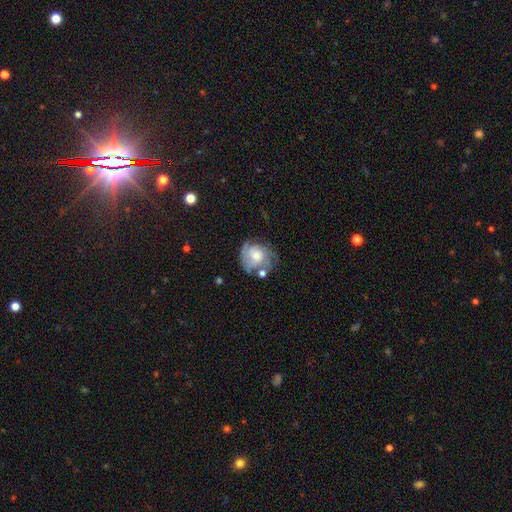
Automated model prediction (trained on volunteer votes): A featured or disk galaxy (69%) with no bar (75%), tight (55%) spiral arms (88%) and a moderate central bulge (55%). Merging: none (57%).